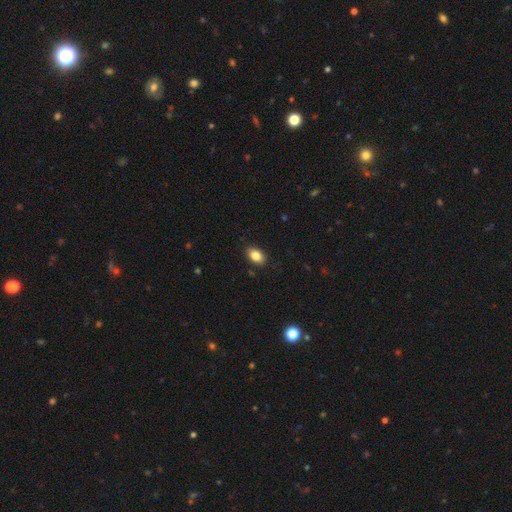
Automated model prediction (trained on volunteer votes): This is clearly a smooth galaxy (85%). How rounded: clearly in between (83%). Merging: clearly none (85%).